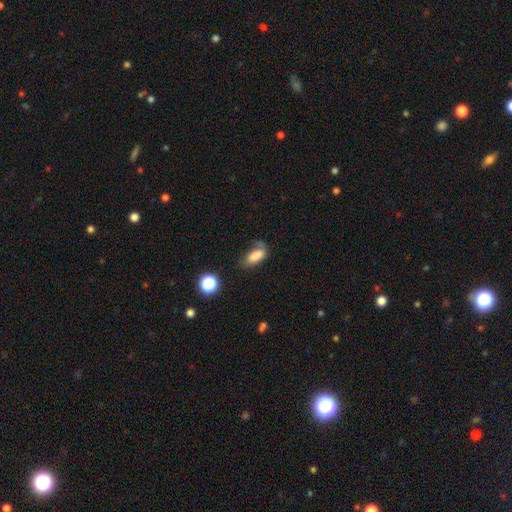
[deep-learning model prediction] Smooth or featured?
  - smooth: 80% *
  - featured or disk: 10%
  - star or artifact: 10%
How rounded?
  - in between: 86% *
  - cigar-shaped: 8%
  - round: 6%
Merging?
  - none: 44% *
  - minor disturbance: 30%
  - major disturbance: 20%
  - merger: 6%